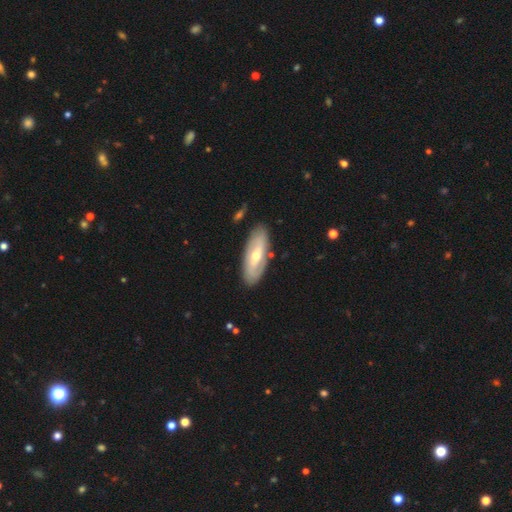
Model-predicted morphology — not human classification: featured or disk 62%, smooth 33%, star or artifact 5%. Down the decision tree: edge-on disk — no (81%); bar — no (39%); spiral arms — yes (55%); bulge size — moderate (59%); merging — none (85%).